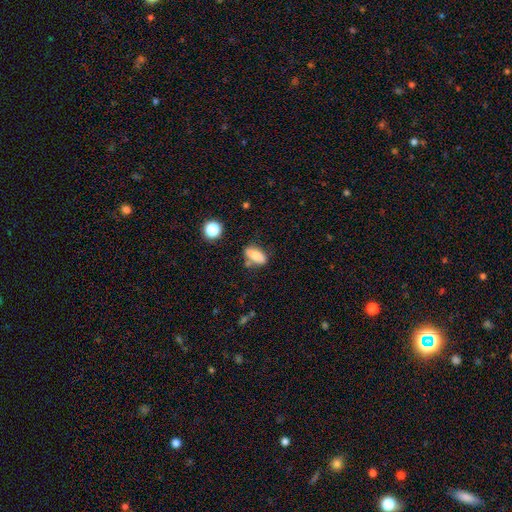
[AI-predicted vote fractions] Morphology: type=smooth (79%); roundness=in between (80%); merging=none (62%).